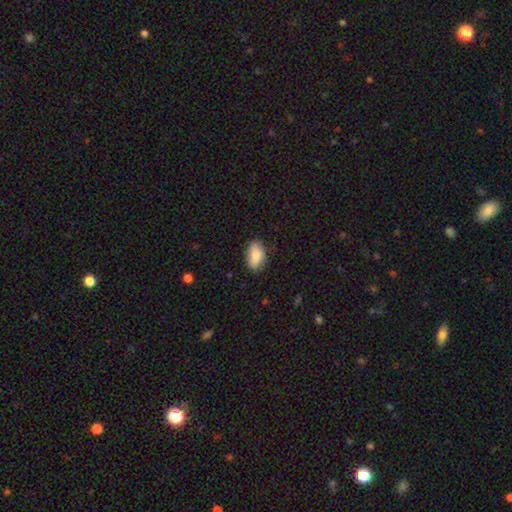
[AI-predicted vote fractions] Smooth or featured?
  - smooth: 83% *
  - featured or disk: 10%
  - star or artifact: 7%
How rounded?
  - in between: 92% *
  - round: 5%
  - cigar-shaped: 3%
Merging?
  - none: 79% *
  - minor disturbance: 17%
  - major disturbance: 3%
  - merger: 1%